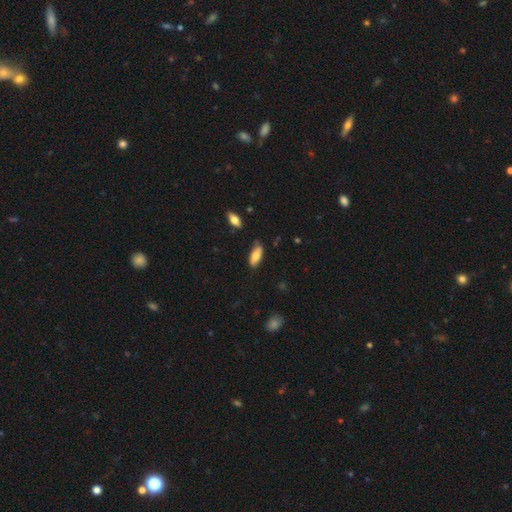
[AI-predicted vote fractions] The model was most divided on "merging": none: 69%, minor disturbance: 24%, major disturbance: 4%, merger: 3%. More confident: how rounded — in between (81%); smooth or featured — smooth (75%).